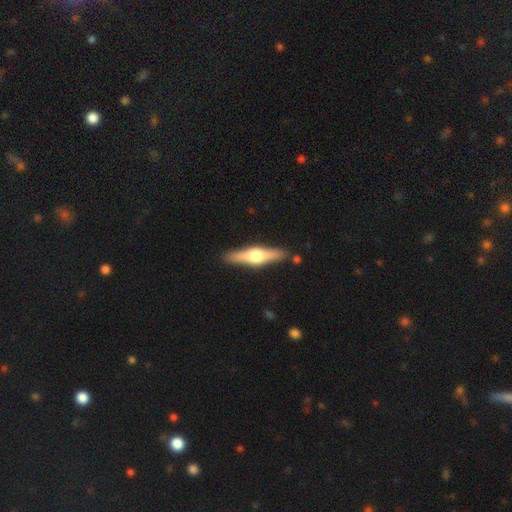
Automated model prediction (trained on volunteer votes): A featured or disk galaxy (65%) viewed edge-on (96%) with a rounded central bulge (93%). Merging: none (87%).